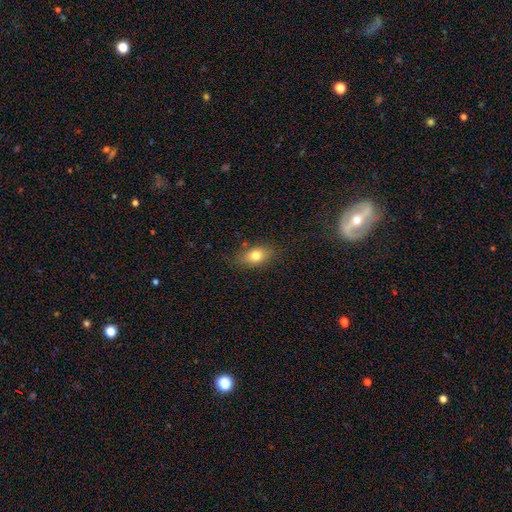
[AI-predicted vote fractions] Smooth or featured? Predicted: smooth (p=0.79). How rounded? Predicted: in between (p=0.80). Merging? Predicted: none (p=0.81).